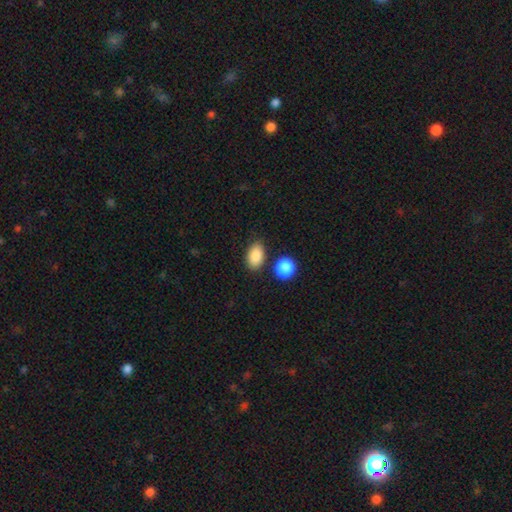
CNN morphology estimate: Smooth or featured?
  - smooth: 87% *
  - star or artifact: 8%
  - featured or disk: 5%
How rounded?
  - in between: 88% *
  - round: 10%
  - cigar-shaped: 2%
Merging?
  - none: 80% *
  - minor disturbance: 11%
  - merger: 6%
  - major disturbance: 3%